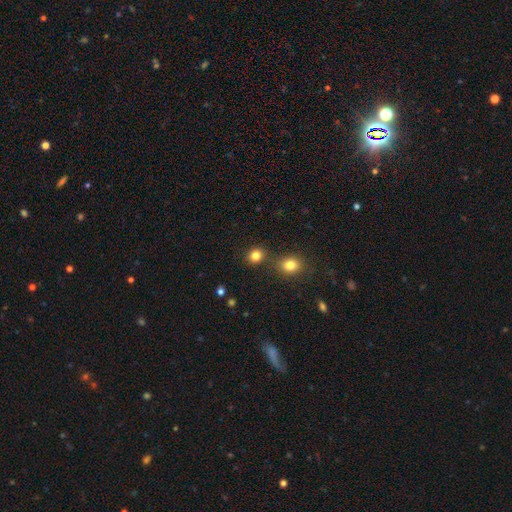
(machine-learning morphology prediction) smooth_or_featured: smooth (p=0.83) [alt: star or artifact p=0.12]
how_rounded: round (p=0.73) [alt: in between p=0.26]
merging: none (p=0.74) [alt: merger p=0.14]